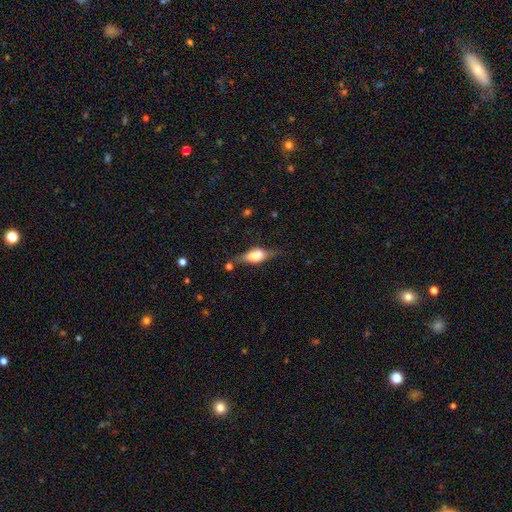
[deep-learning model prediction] smooth-or-featured: smooth: 48% | featured or disk: 44% | star or artifact: 8%
  merging: none: 59% | minor disturbance: 25% | major disturbance: 11% | merger: 5%